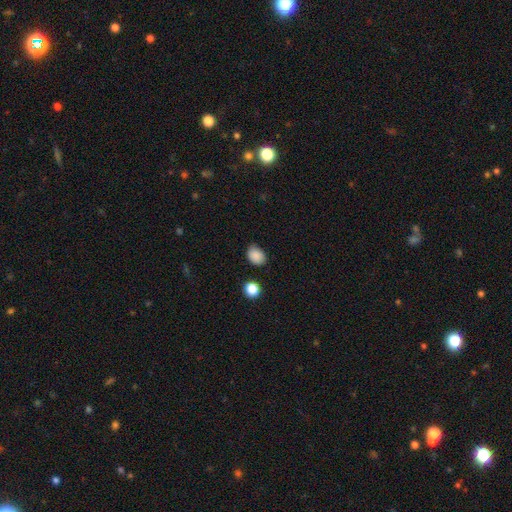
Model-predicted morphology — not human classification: smooth-or-featured: smooth: 86% | star or artifact: 10% | featured or disk: 4%
  how-rounded: in between: 62% | round: 37% | cigar-shaped: 1%
  merging: none: 73% | minor disturbance: 21% | major disturbance: 4% | merger: 2%